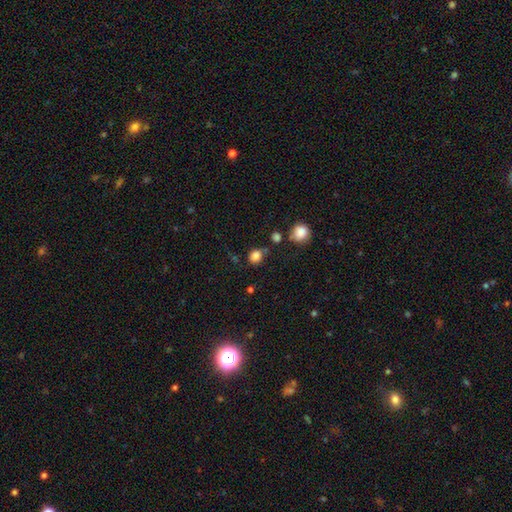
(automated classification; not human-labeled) This appears to be a smooth galaxy with no disk features (83%) that is round (71%). Merging: none (70%).